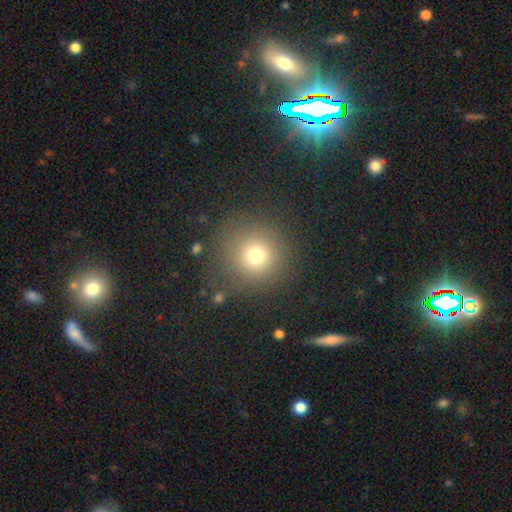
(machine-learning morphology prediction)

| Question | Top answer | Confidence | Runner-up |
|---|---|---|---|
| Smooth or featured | smooth | 72% | star or artifact (17%) |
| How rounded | round | 93% | in between (6%) |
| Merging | none | 81% | minor disturbance (10%) |